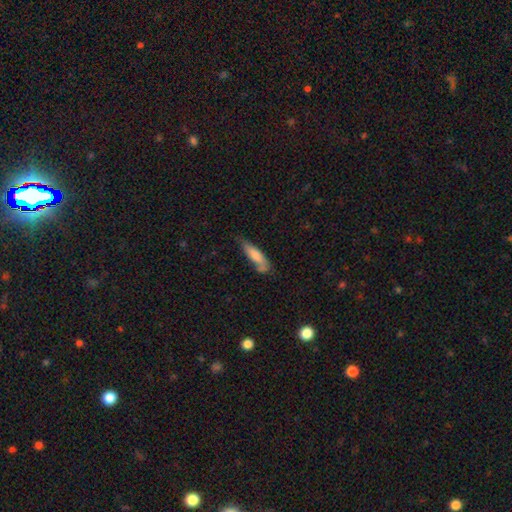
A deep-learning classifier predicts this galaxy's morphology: smooth-or-featured: smooth: 74% | featured or disk: 19% | star or artifact: 6%
  how-rounded: cigar-shaped: 61% | in between: 37% | round: 2%
  merging: none: 52% | minor disturbance: 28% | merger: 11% | major disturbance: 9%